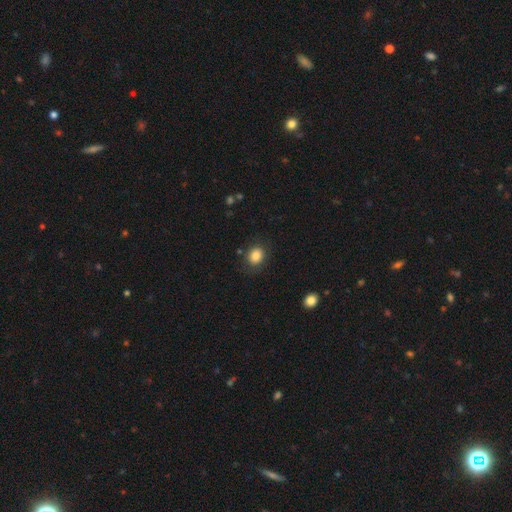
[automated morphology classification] smooth 85%, star or artifact 9%, featured or disk 6%. Down the decision tree: how rounded — round (61%); merging — none (81%).